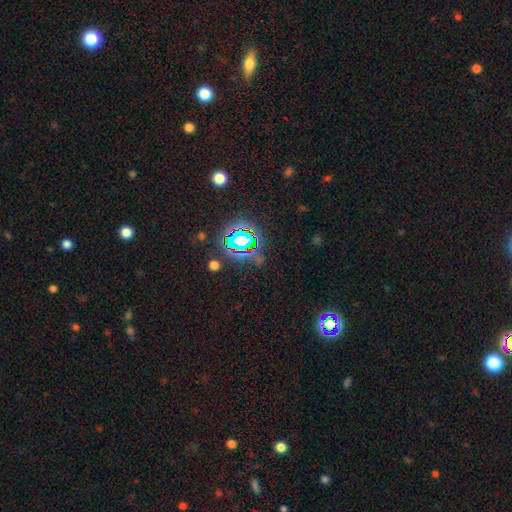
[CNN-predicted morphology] Q: Smooth or featured?
A: star or artifact (79%); runner-up: smooth (13%)